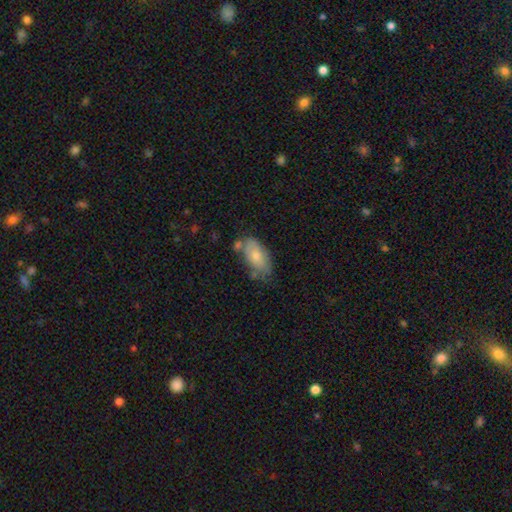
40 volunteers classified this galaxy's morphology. type=smooth (68%); roundness=in between (100%); merging=none (46%).